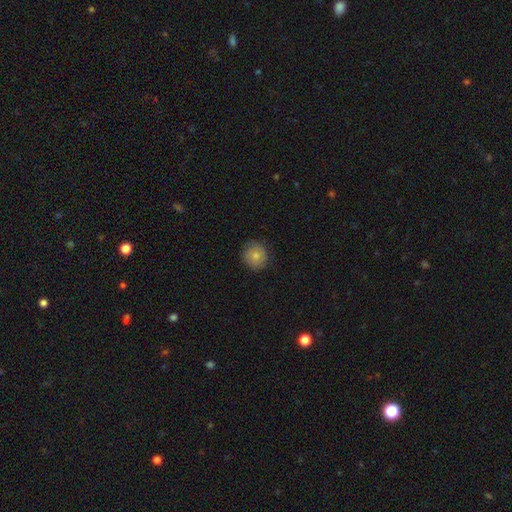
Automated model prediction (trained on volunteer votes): A smooth galaxy with no disk features (78%) that is round (90%).

Vote fractions:
- Smooth or featured? smooth: 78% / featured or disk: 13% / star or artifact: 8%
- How rounded? round: 90% / in between: 9% / cigar-shaped: 1%
- Merging? none: 84% / minor disturbance: 12% / major disturbance: 3% / merger: 1%